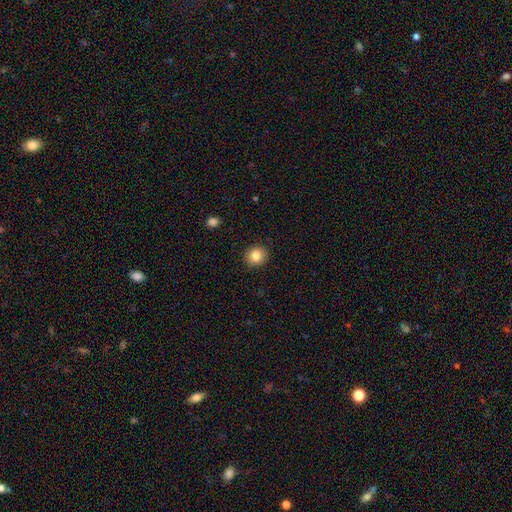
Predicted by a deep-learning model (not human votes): The model was most divided on "how rounded": round: 80%, in between: 19%, cigar-shaped: 1%. More confident: merging — none (91%); smooth or featured — smooth (84%).